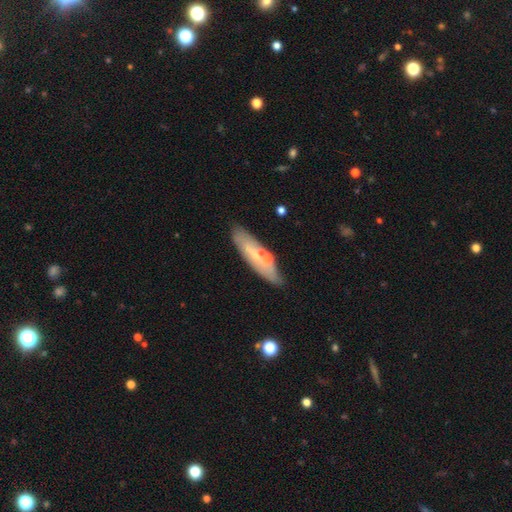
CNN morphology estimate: Smooth or featured?
  - smooth: 47% *
  - featured or disk: 44%
  - star or artifact: 8%
Merging?
  - none: 75% *
  - minor disturbance: 15%
  - merger: 7%
  - major disturbance: 4%